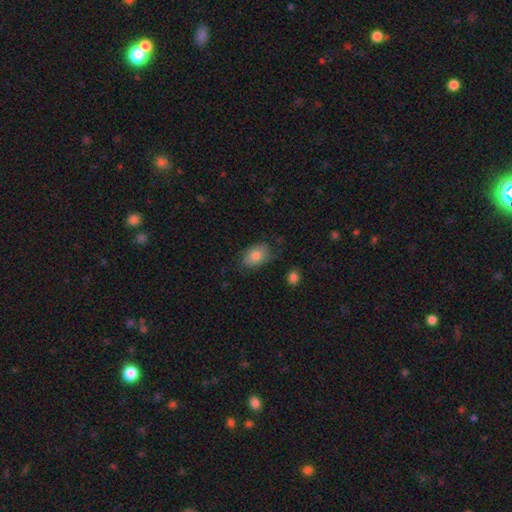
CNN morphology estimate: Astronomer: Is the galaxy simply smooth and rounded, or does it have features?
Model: smooth — 82%.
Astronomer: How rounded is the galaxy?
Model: in between — 89%.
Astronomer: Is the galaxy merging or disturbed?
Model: none — 74%.